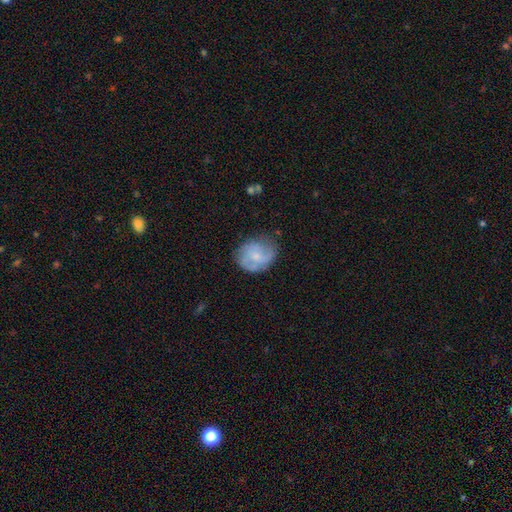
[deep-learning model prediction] The model was most divided on "smooth or featured": featured or disk: 50%, smooth: 43%, star or artifact: 8%. More confident: merging — none (64%).